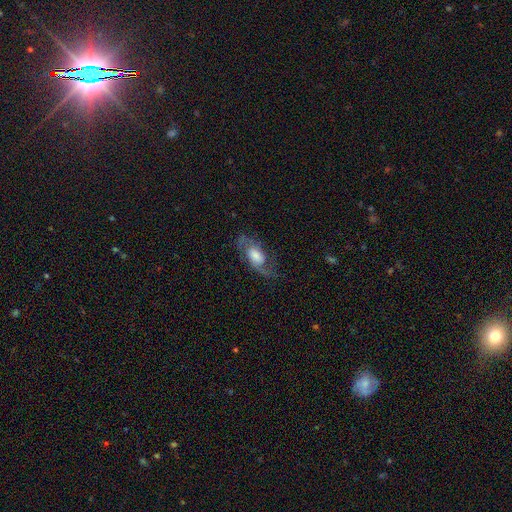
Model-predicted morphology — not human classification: featured or disk 78%, smooth 16%, star or artifact 7%. Down the decision tree: edge-on disk — no (95%); bar — no (56%); spiral arms — yes (93%); spiral arm count — 2 (87%); spiral winding — medium (50%); bulge size — large (38%); merging — none (68%).